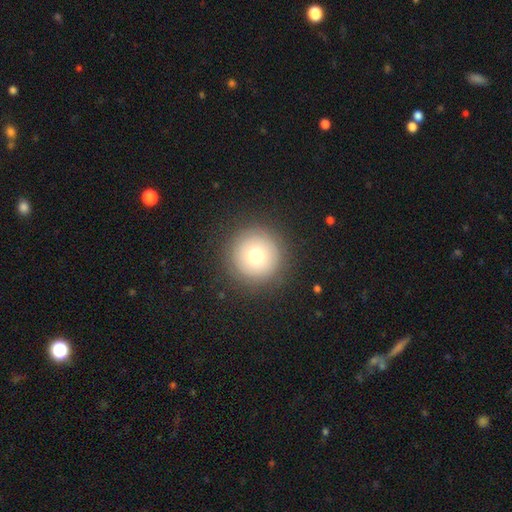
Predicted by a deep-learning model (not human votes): The model was most divided on "smooth or featured": smooth: 71%, featured or disk: 17%, star or artifact: 12%. More confident: how rounded — round (96%); merging — none (90%).